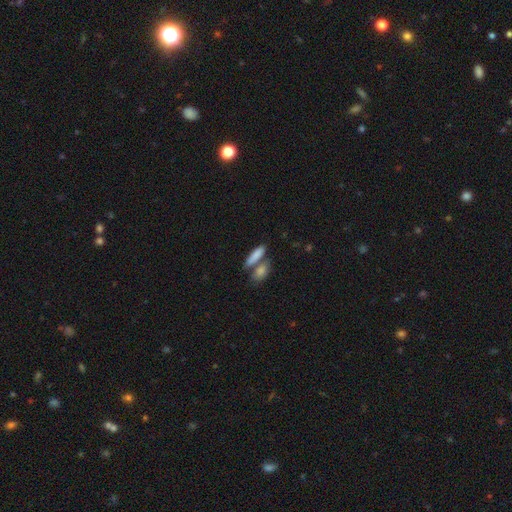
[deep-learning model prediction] smooth_or_featured: smooth (p=0.83) [alt: featured or disk p=0.11]
how_rounded: in between (p=0.57) [alt: cigar-shaped p=0.39]
merging: none (p=0.44) [alt: merger p=0.43]